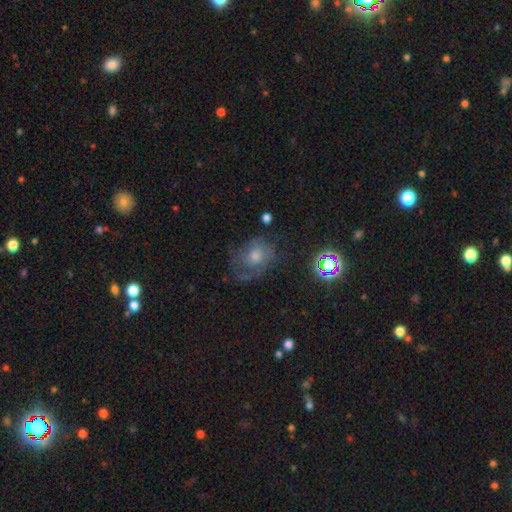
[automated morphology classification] This appears to be a featured or disk galaxy (53%) with no bar (79%), spiral arms (79%) and a moderate central bulge (56%). Merging: none (57%).